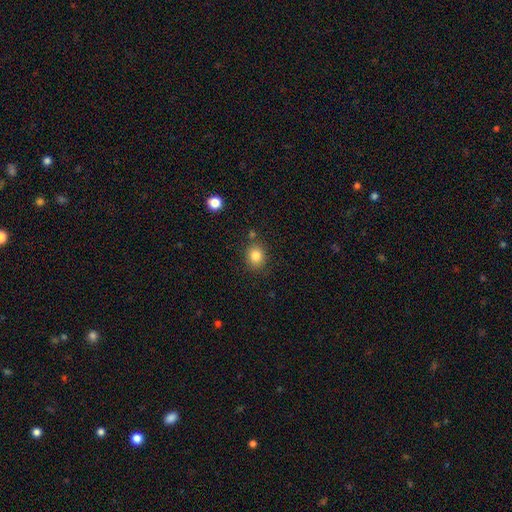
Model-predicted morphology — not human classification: A smooth galaxy with no disk features (83%) that is round (70%). Merging: none (80%).